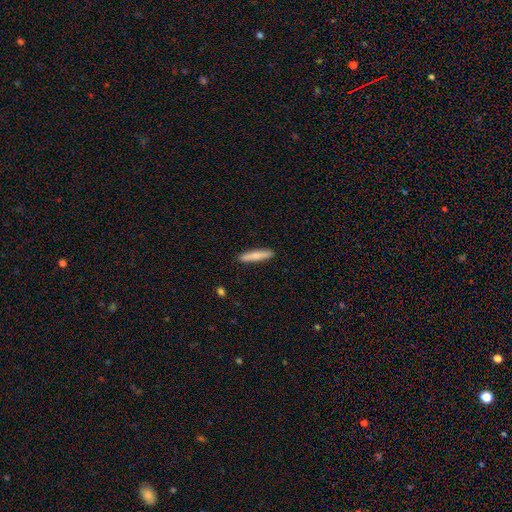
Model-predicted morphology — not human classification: type=smooth (78%); roundness=cigar-shaped (90%); merging=none (91%).